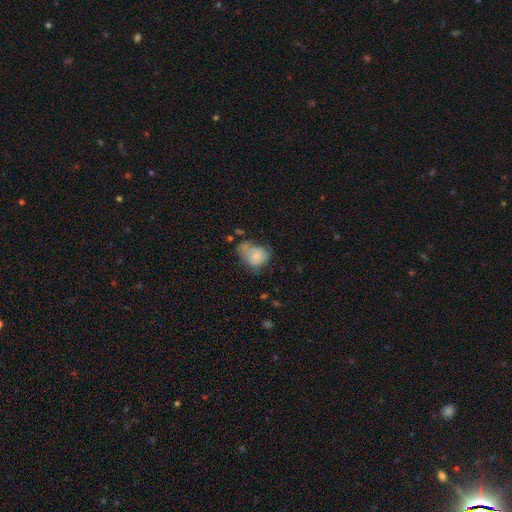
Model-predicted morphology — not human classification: smooth 71%, featured or disk 19%, star or artifact 9%. Down the decision tree: how rounded — in between (60%); merging — minor disturbance (33%).